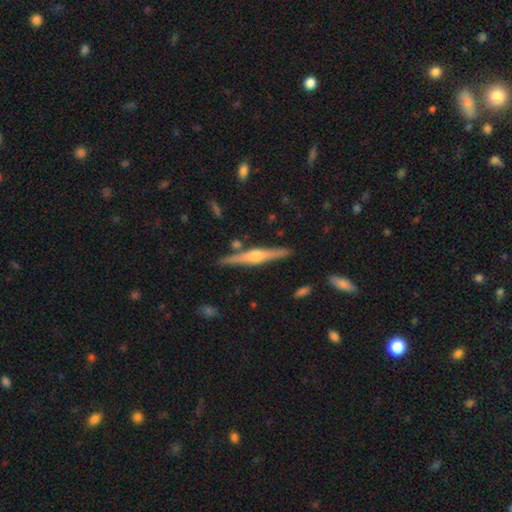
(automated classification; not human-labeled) Smooth or featured: featured or disk — 77% (smooth — 17%)
Edge-on disk: yes — 98% (no — 2%)
Edge-on bulge: rounded — 90% (boxy — 7%)
Merging: none — 87% (minor disturbance — 8%)